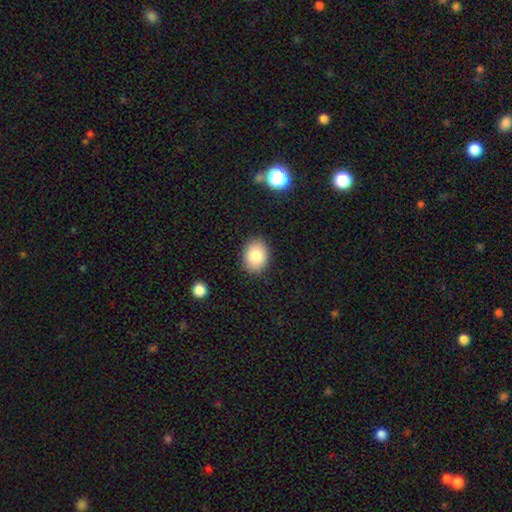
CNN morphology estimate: This is clearly a smooth galaxy (84%). How rounded: likely in between (63%). Merging: clearly none (87%).